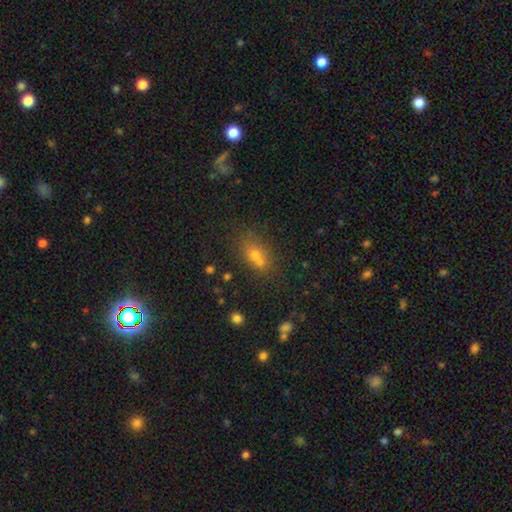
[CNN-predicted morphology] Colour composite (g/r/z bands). It shows a smooth galaxy with no disk features (61%) that is in between round and cigar-shaped (57%). Merging: none (43%).